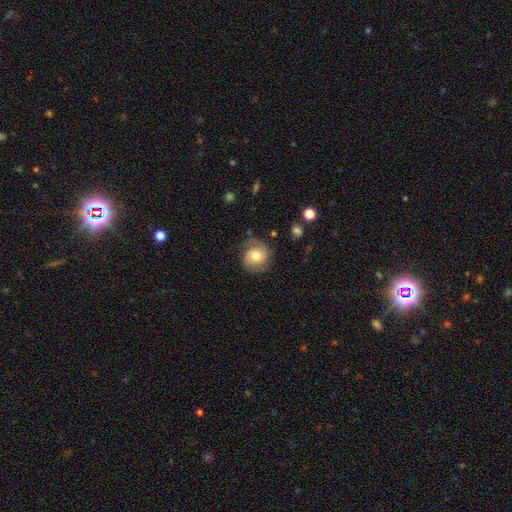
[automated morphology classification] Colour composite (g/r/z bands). It shows a smooth galaxy with no disk features (57%) that is round (82%). Merging: none (67%).